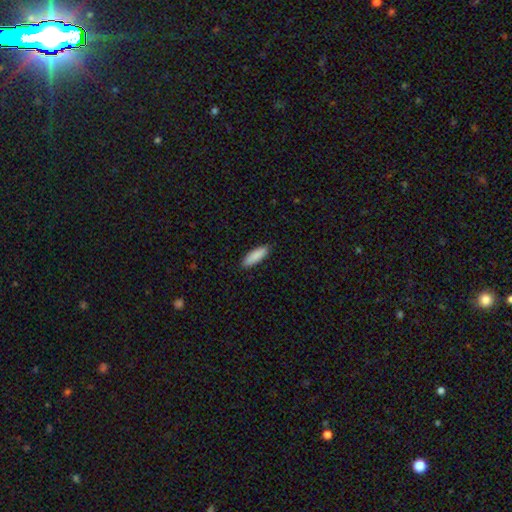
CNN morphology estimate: A smooth galaxy with no disk features (88%) that is in between round and cigar-shaped (54%).

Vote fractions:
- Smooth or featured? smooth: 88% / featured or disk: 6% / star or artifact: 6%
- How rounded? in between: 54% / cigar-shaped: 44% / round: 2%
- Merging? none: 89% / minor disturbance: 9% / major disturbance: 2% / merger: 1%